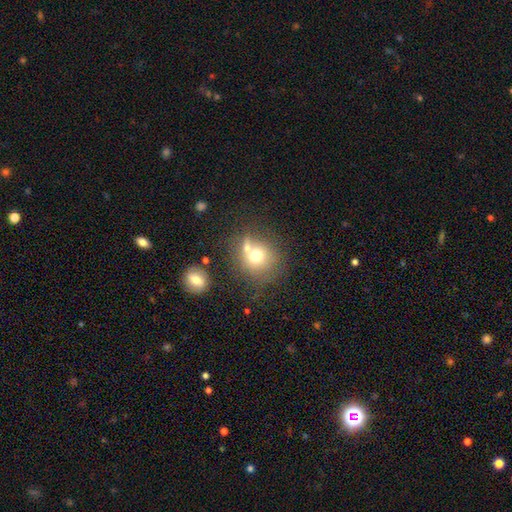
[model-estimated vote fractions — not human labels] Q: Smooth or featured?
A: smooth (69%); runner-up: featured or disk (19%)
Q: How rounded?
A: round (85%); runner-up: in between (14%)
Q: Merging?
A: none (46%); runner-up: merger (32%)